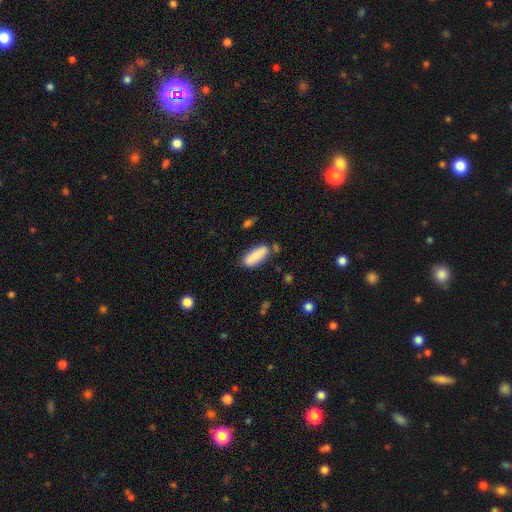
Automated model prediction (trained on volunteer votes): This appears to be a smooth galaxy with no disk features (85%) that is in between round and cigar-shaped (69%). Merging: none (72%).